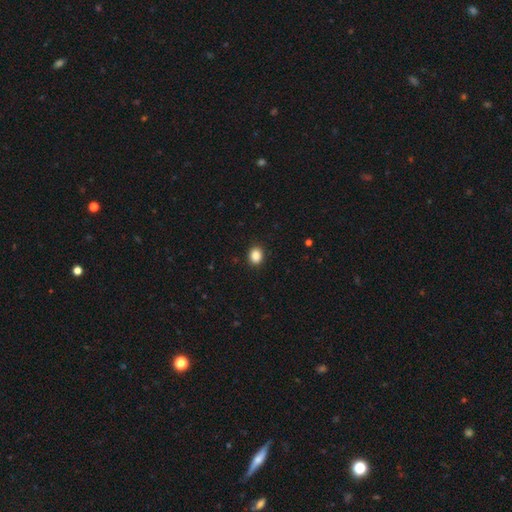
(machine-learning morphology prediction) The model was most divided on "how rounded": round: 54%, in between: 45%, cigar-shaped: 1%. More confident: merging — none (91%); smooth or featured — smooth (88%).